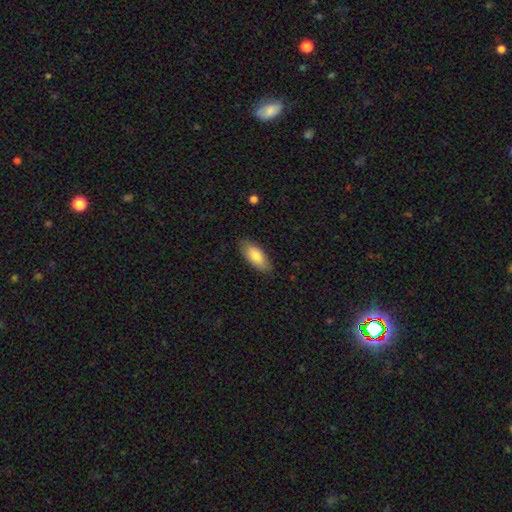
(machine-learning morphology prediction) Smooth or featured?
  - smooth: 81% *
  - featured or disk: 13%
  - star or artifact: 6%
How rounded?
  - in between: 88% *
  - cigar-shaped: 10%
  - round: 2%
Merging?
  - none: 85% *
  - minor disturbance: 12%
  - major disturbance: 2%
  - merger: 1%